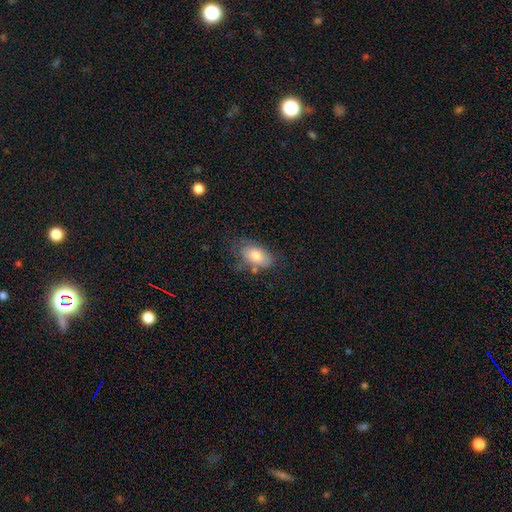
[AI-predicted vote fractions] smooth-or-featured: smooth: 76% | featured or disk: 17% | star or artifact: 7%
  how-rounded: in between: 92% | round: 6% | cigar-shaped: 2%
  merging: none: 57% | minor disturbance: 27% | major disturbance: 11% | merger: 5%